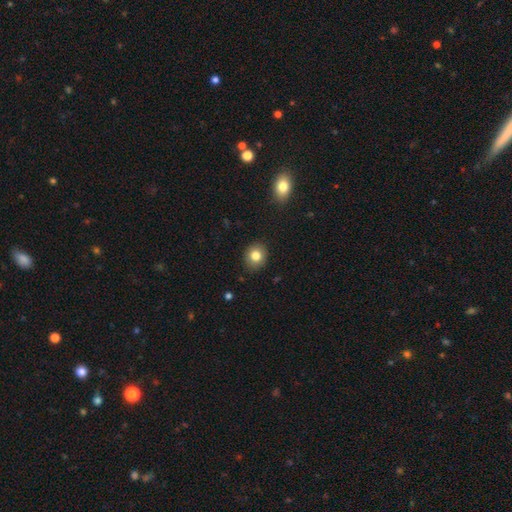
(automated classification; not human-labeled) smooth-or-featured: smooth: 81% | star or artifact: 11% | featured or disk: 9%
  how-rounded: round: 74% | in between: 25% | cigar-shaped: 1%
  merging: none: 89% | minor disturbance: 8% | major disturbance: 2% | merger: 1%